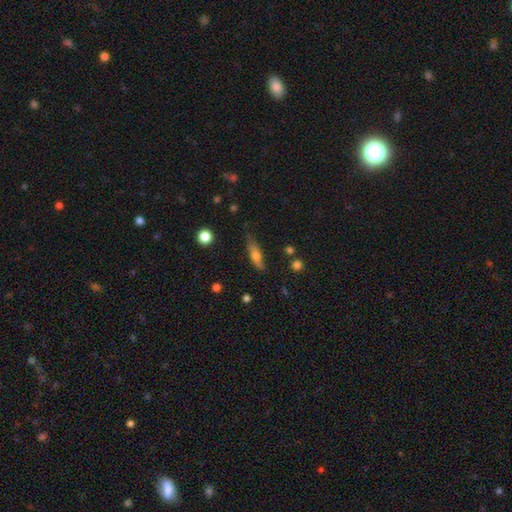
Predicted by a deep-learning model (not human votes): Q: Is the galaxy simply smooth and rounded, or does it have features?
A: smooth — 59%.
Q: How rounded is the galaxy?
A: cigar-shaped — 60%.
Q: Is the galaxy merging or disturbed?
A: none — 68%.